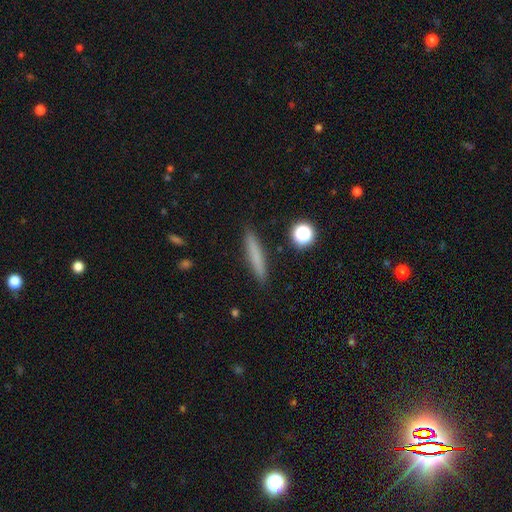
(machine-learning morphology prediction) Smooth or featured? Predicted: smooth (p=0.74). How rounded? Predicted: cigar-shaped (p=0.93). Merging? Predicted: none (p=0.90).